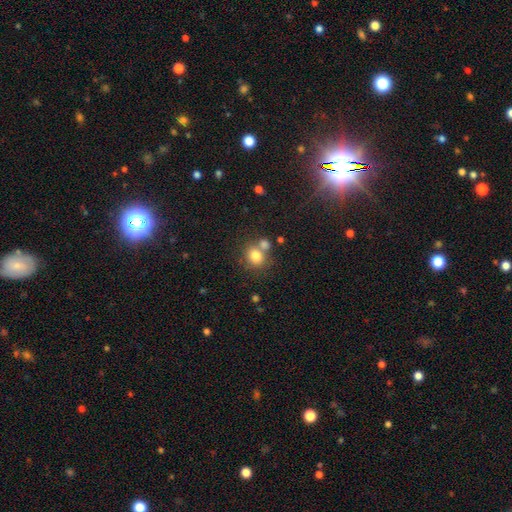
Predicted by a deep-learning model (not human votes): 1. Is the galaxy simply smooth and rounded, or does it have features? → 79% smooth, 11% star or artifact, 9% featured or disk.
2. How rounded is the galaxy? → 73% round, 26% in between, 1% cigar-shaped.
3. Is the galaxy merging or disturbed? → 57% none, 29% merger, 10% minor disturbance, 4% major disturbance.